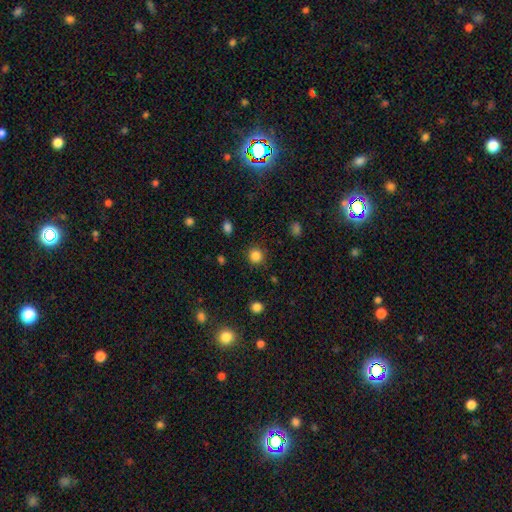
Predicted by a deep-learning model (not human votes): Q: Smooth or featured?
A: smooth (84%); runner-up: star or artifact (12%)
Q: How rounded?
A: round (92%); runner-up: in between (7%)
Q: Merging?
A: none (89%); runner-up: minor disturbance (7%)